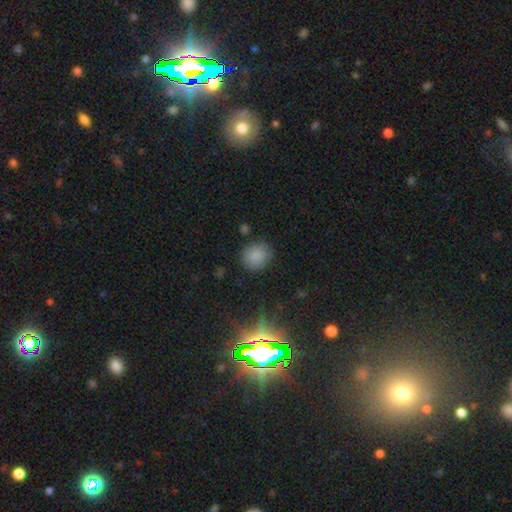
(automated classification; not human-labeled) Smooth or featured? Predicted: smooth (p=0.85). How rounded? Predicted: round (p=0.81). Merging? Predicted: none (p=0.84).